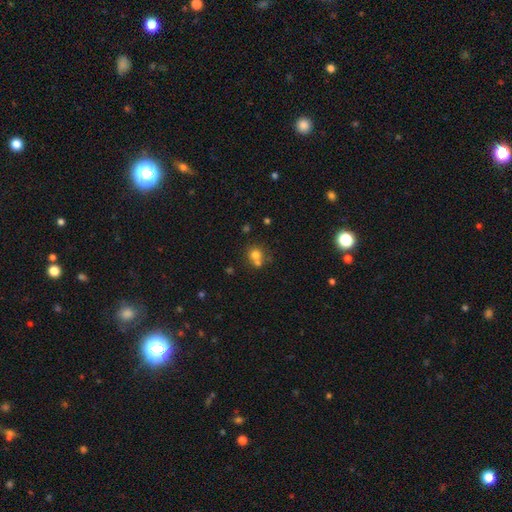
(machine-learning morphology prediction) Smooth or featured?
  - smooth: 73% *
  - star or artifact: 14%
  - featured or disk: 13%
How rounded?
  - round: 82% *
  - in between: 17%
  - cigar-shaped: 1%
Merging?
  - none: 46% *
  - merger: 42%
  - minor disturbance: 9%
  - major disturbance: 4%